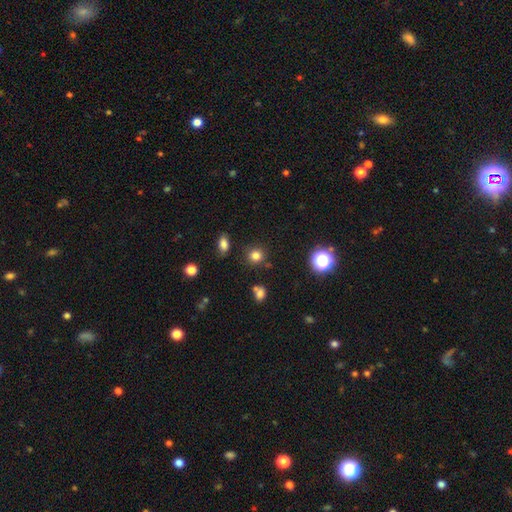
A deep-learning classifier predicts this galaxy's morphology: Smooth or featured?
  - smooth: 79% *
  - star or artifact: 15%
  - featured or disk: 6%
How rounded?
  - round: 88% *
  - in between: 11%
  - cigar-shaped: 1%
Merging?
  - none: 84% *
  - minor disturbance: 9%
  - merger: 5%
  - major disturbance: 3%